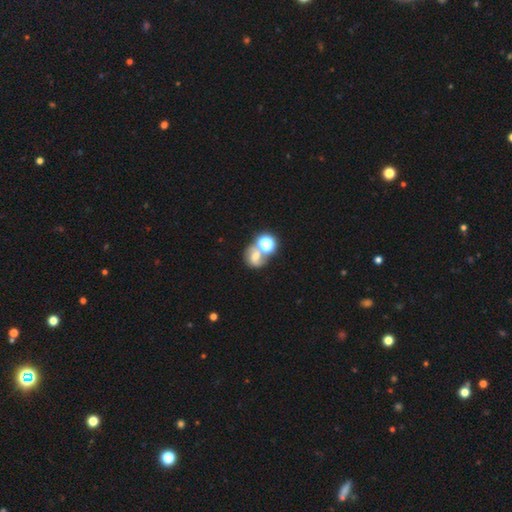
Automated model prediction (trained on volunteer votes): The model was most divided on "merging": merger: 45%, none: 35%, minor disturbance: 11%, major disturbance: 9%. Remaining: smooth or featured — smooth (46%).